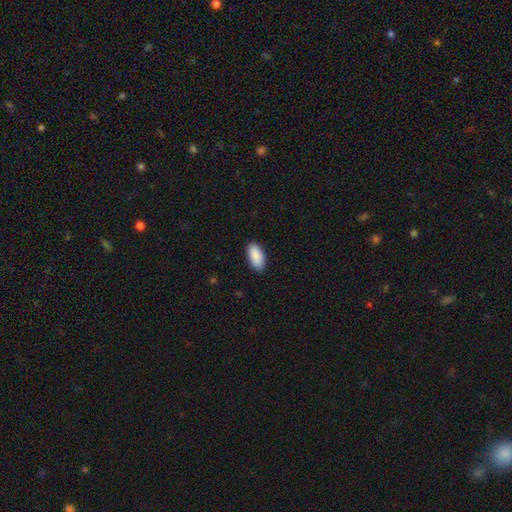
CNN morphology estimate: Smooth or featured? Predicted: smooth (p=0.91). How rounded? Predicted: in between (p=0.94). Merging? Predicted: none (p=0.89).